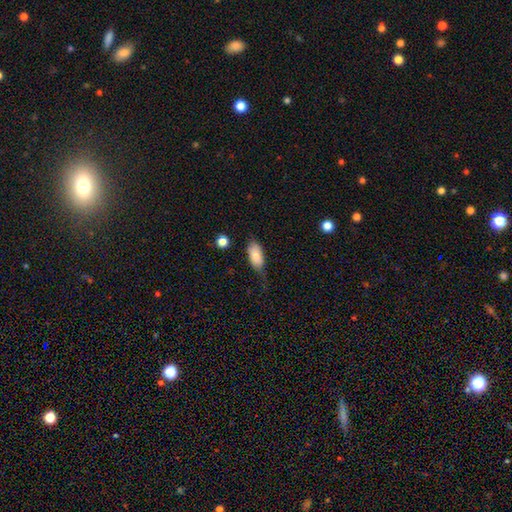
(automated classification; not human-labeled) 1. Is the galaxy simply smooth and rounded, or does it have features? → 84% smooth, 10% featured or disk, 7% star or artifact.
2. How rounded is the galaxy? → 89% in between, 8% cigar-shaped, 3% round.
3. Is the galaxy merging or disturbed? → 43% none, 37% minor disturbance, 16% major disturbance, 3% merger.